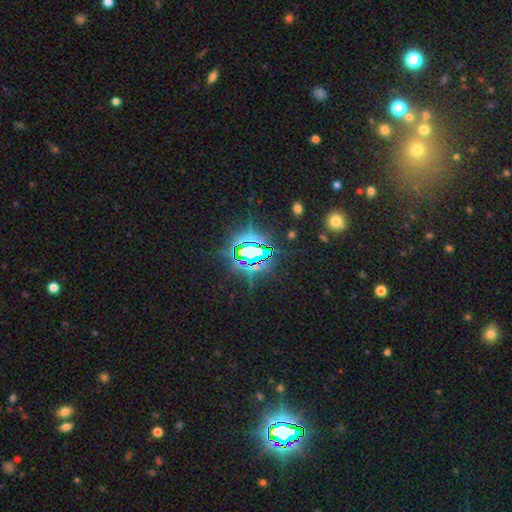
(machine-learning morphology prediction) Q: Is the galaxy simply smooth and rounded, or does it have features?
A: star or artifact — 81%.